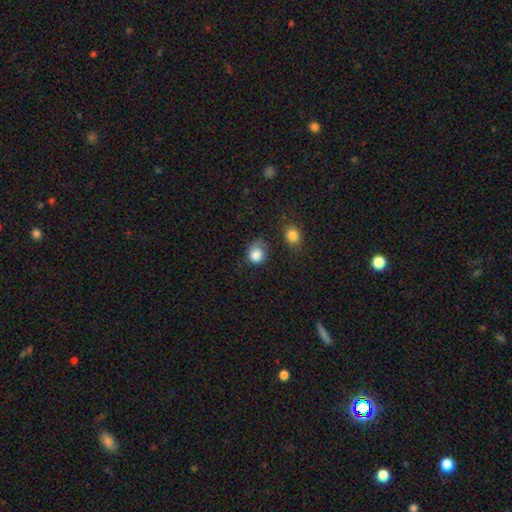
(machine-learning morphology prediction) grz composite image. It shows a smooth galaxy with no disk features (84%) that is round (72%). Merging: none (49%).